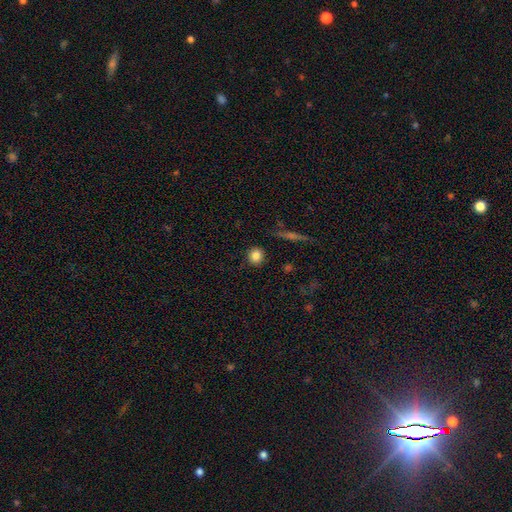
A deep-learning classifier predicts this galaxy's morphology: Q: Smooth or featured?
A: smooth (84%); runner-up: star or artifact (10%)
Q: How rounded?
A: round (89%); runner-up: in between (10%)
Q: Merging?
A: none (88%); runner-up: minor disturbance (8%)